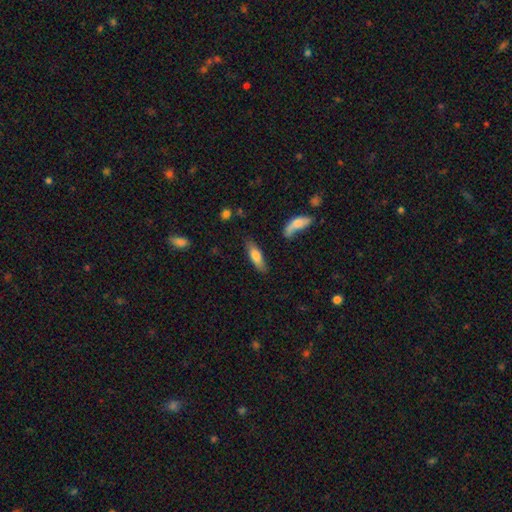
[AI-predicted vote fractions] smooth-or-featured: smooth: 70% | featured or disk: 24% | star or artifact: 6%
  how-rounded: in between: 50% | cigar-shaped: 48% | round: 2%
  merging: none: 77% | minor disturbance: 14% | merger: 4% | major disturbance: 4%